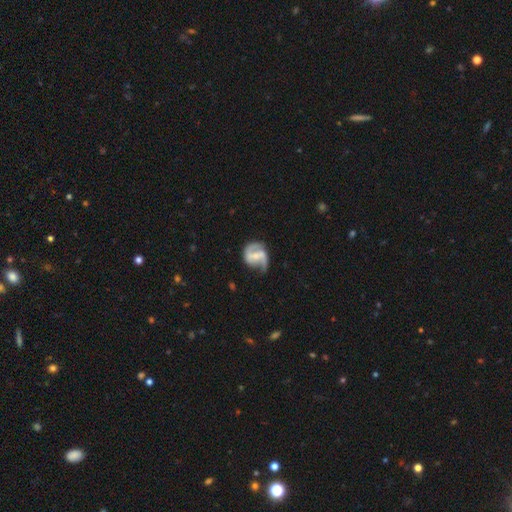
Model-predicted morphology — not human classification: Smooth or featured? Predicted: featured or disk (p=0.81). Edge-on disk? Predicted: no (p=0.98). Bar? Predicted: weak (p=0.44). Spiral arms? Predicted: yes (p=0.92). Spiral winding? Predicted: medium (p=0.43). Spiral arm count? Predicted: 2 (p=0.83). Bulge size? Predicted: small (p=0.52). Merging? Predicted: none (p=0.56).